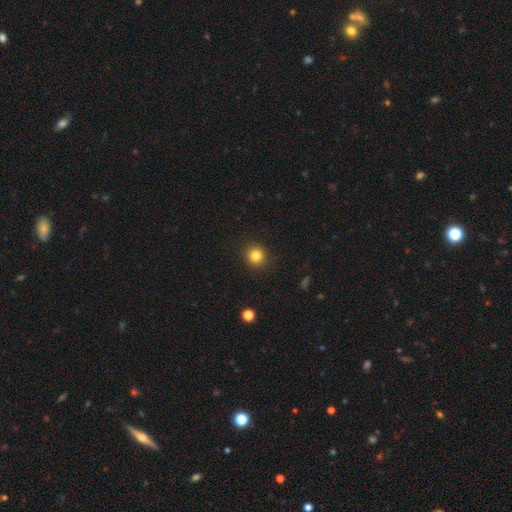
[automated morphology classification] This appears to be a smooth galaxy with no disk features (82%) that is round (91%). Merging: none (91%).